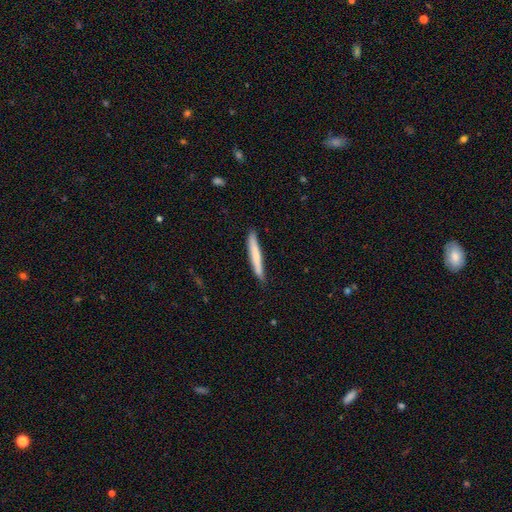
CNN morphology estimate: smooth_or_featured: smooth (p=0.69) [alt: featured or disk p=0.26]
how_rounded: cigar-shaped (p=0.96) [alt: in between p=0.03]
merging: none (p=0.86) [alt: minor disturbance p=0.11]